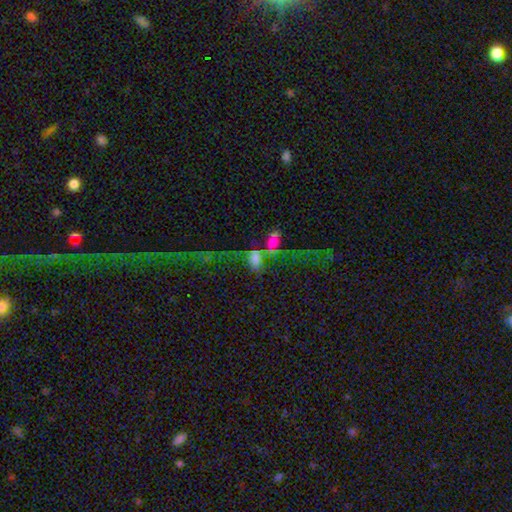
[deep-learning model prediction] smooth 54%, star or artifact 25%, featured or disk 21%. Down the decision tree: how rounded — in between (78%); merging — merger (43%).